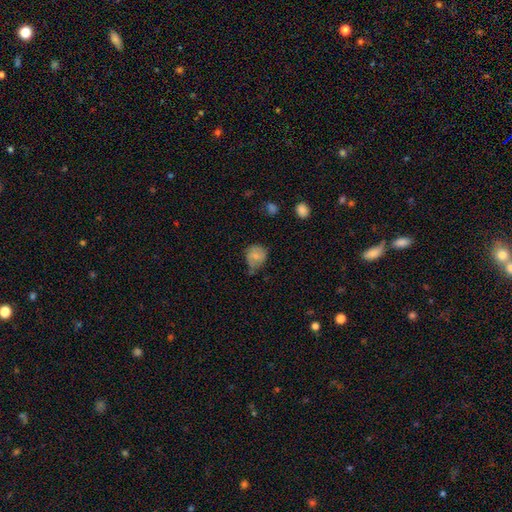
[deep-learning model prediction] Morphology: type=smooth (67%); roundness=round (69%); merging=none (49%).